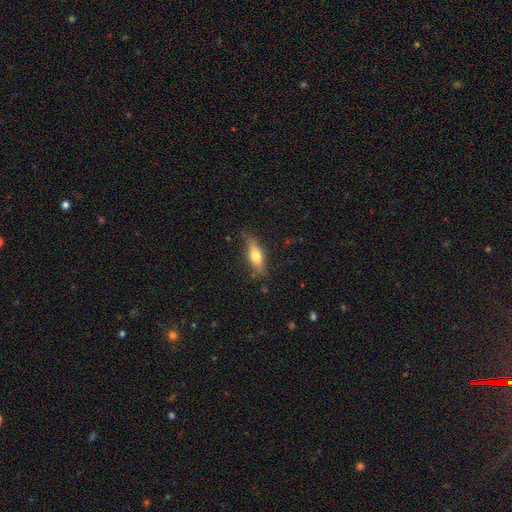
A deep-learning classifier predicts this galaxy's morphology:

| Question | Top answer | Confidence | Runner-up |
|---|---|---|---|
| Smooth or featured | smooth | 66% | featured or disk (28%) |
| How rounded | in between | 56% | cigar-shaped (41%) |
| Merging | none | 79% | minor disturbance (16%) |